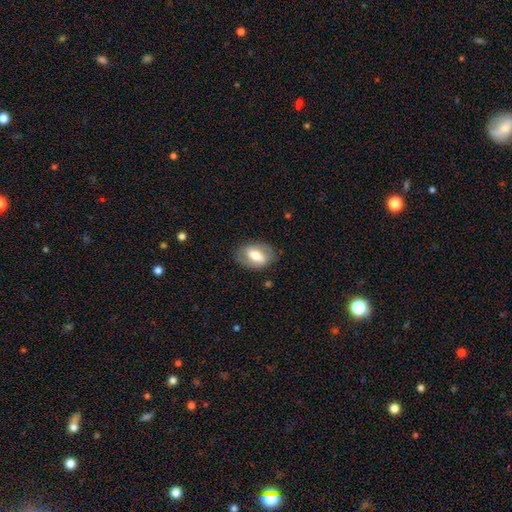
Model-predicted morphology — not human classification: Smooth or featured?
  - smooth: 50% *
  - featured or disk: 43%
  - star or artifact: 6%
How rounded?
  - in between: 86% *
  - round: 12%
  - cigar-shaped: 2%
Merging?
  - none: 79% *
  - minor disturbance: 14%
  - major disturbance: 5%
  - merger: 1%